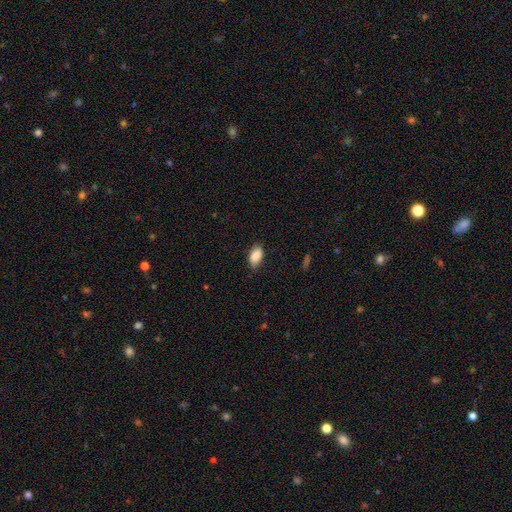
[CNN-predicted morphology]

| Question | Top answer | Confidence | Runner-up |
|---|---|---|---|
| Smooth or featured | smooth | 89% | star or artifact (7%) |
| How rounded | in between | 93% | round (4%) |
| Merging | none | 82% | minor disturbance (15%) |